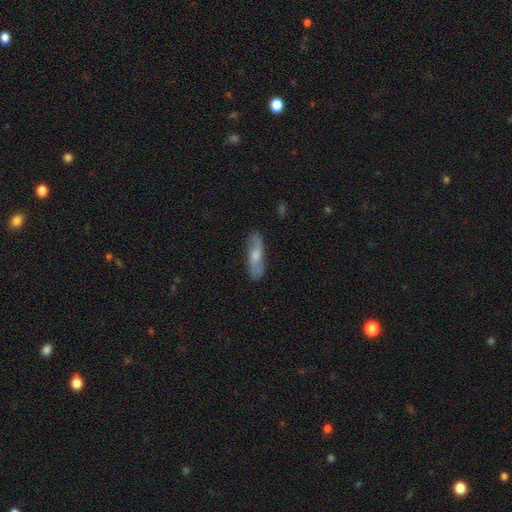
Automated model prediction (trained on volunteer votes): A featured or disk galaxy (47%). Merging: none (80%).